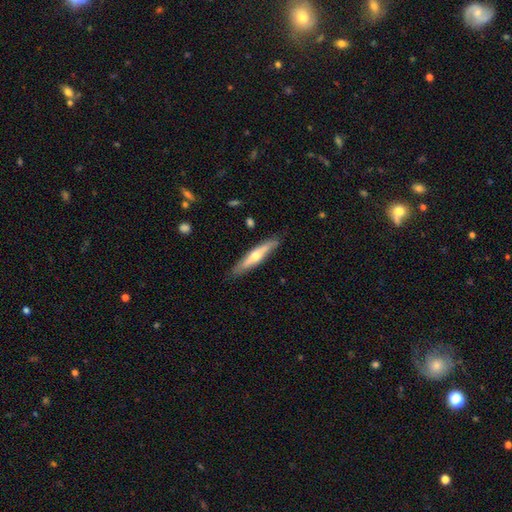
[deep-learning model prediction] Overall: featured or disk (53%; smooth 42%). Edge-on disk: yes (88%). Merging: none (86%).